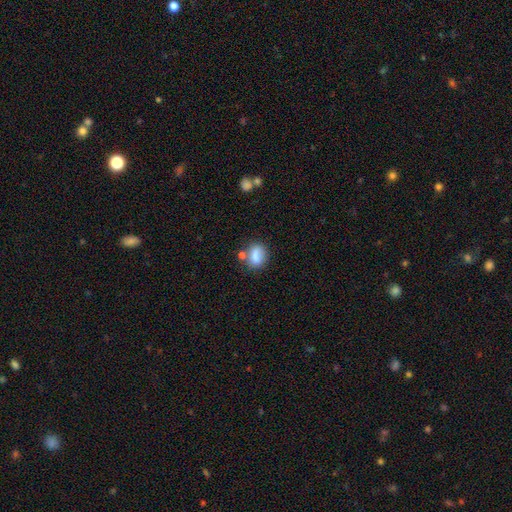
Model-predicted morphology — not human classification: This is clearly a smooth galaxy (81%). How rounded: likely in between (60%). Merging: possibly none (60%).